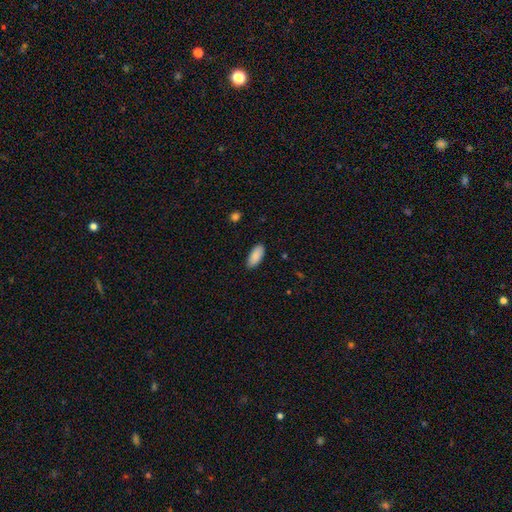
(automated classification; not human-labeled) Smooth or featured?
  - smooth: 90% *
  - star or artifact: 6%
  - featured or disk: 4%
How rounded?
  - in between: 90% *
  - cigar-shaped: 9%
  - round: 2%
Merging?
  - none: 88% *
  - minor disturbance: 9%
  - major disturbance: 2%
  - merger: 1%